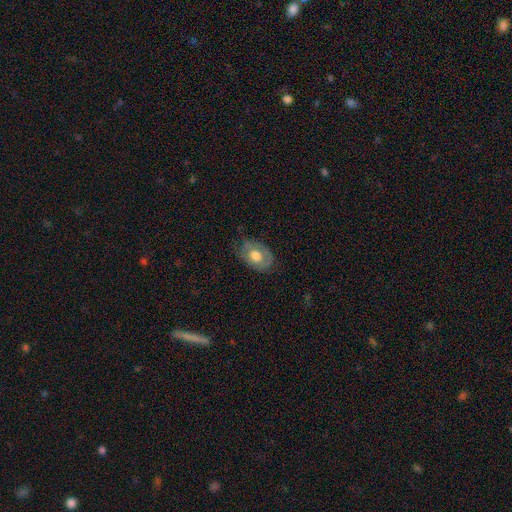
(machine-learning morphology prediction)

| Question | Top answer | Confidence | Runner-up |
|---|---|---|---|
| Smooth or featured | smooth | 55% | featured or disk (37%) |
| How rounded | in between | 78% | round (21%) |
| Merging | none | 62% | minor disturbance (28%) |